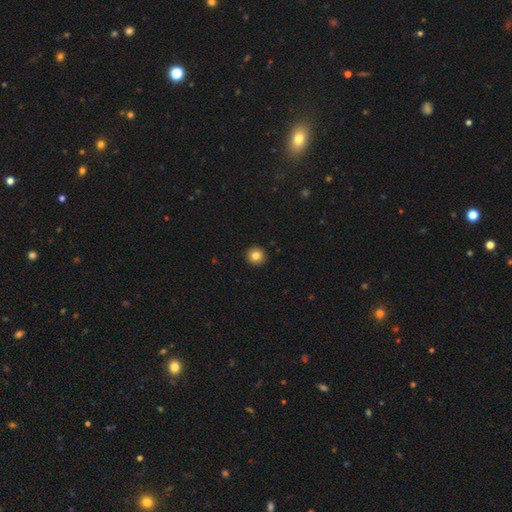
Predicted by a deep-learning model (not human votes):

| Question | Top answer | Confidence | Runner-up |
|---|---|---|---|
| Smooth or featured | smooth | 83% | star or artifact (10%) |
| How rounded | round | 94% | in between (5%) |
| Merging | none | 93% | minor disturbance (4%) |